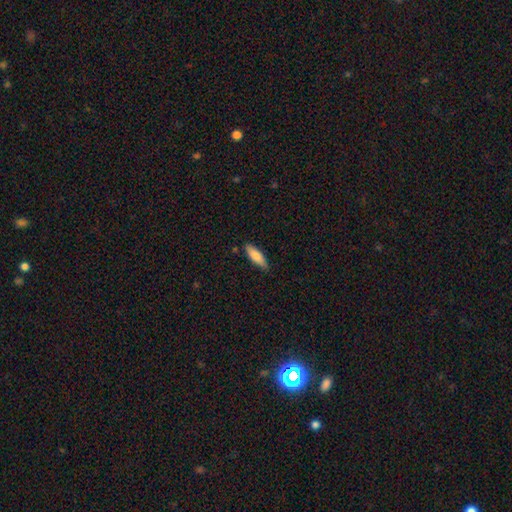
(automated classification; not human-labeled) Q: Smooth or featured?
A: smooth (78%); runner-up: featured or disk (16%)
Q: How rounded?
A: in between (53%); runner-up: cigar-shaped (46%)
Q: Merging?
A: none (84%); runner-up: minor disturbance (13%)